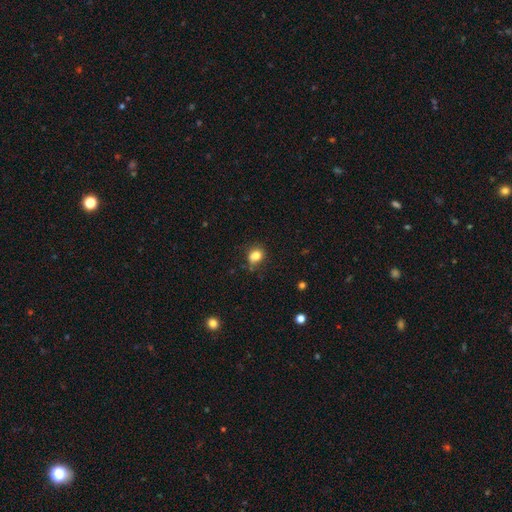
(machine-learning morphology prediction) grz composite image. It shows a smooth galaxy with no disk features (82%) that is round (57%). Merging: none (69%).